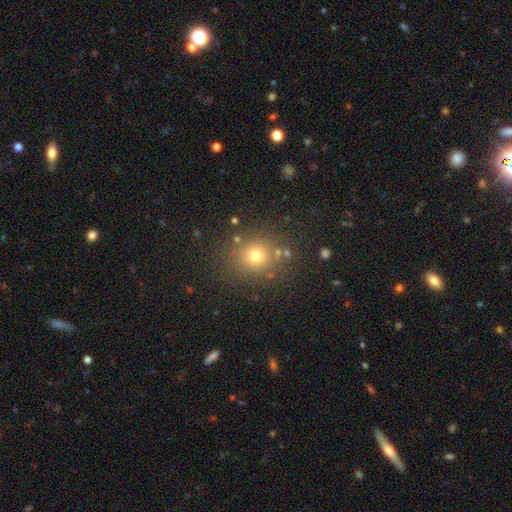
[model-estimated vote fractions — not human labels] smooth 71%, star or artifact 20%, featured or disk 9%. Down the decision tree: how rounded — round (85%); merging — none (83%).